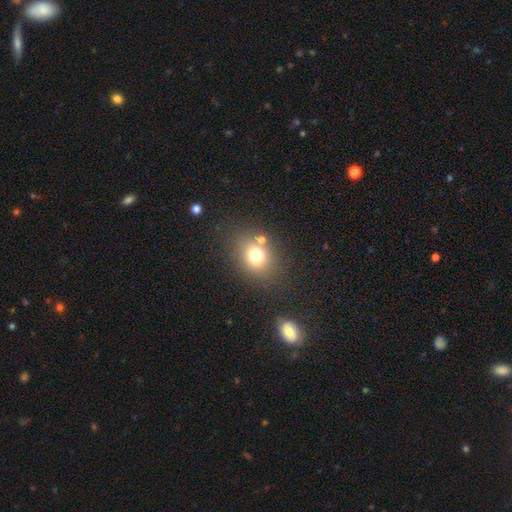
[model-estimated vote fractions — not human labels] Smooth or featured? smooth (73%)
How rounded? round (59%)
Merging? none (72%)